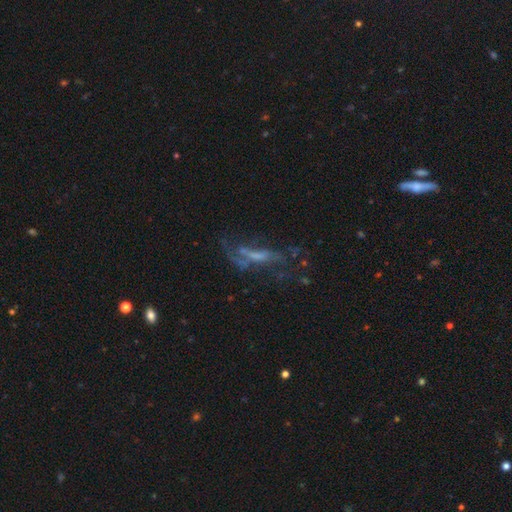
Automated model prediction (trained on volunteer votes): A featured or disk galaxy (64%) with no bar (47%), spiral arms (56%) and no central bulge (43%).

Vote fractions:
- Smooth or featured? featured or disk: 64% / smooth: 20% / star or artifact: 17%
- Edge-on disk? no: 79% / yes: 21%
- Bar? no: 47% / weak: 33% / strong: 20%
- Spiral arms? yes: 56% / no: 44%
- Bulge size? none: 43% / small: 30% / moderate: 21% / large: 4% / dominant: 2%
- Merging? none: 42% / major disturbance: 33% / minor disturbance: 17% / merger: 8%